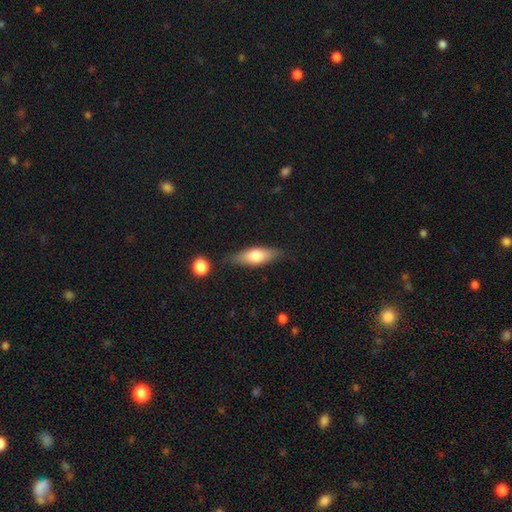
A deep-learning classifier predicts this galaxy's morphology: A smooth galaxy with no disk features (67%) that is in between round and cigar-shaped (61%).

Vote fractions:
- Smooth or featured? smooth: 67% / featured or disk: 27% / star or artifact: 6%
- How rounded? in between: 61% / cigar-shaped: 36% / round: 3%
- Merging? none: 76% / minor disturbance: 17% / major disturbance: 4% / merger: 3%